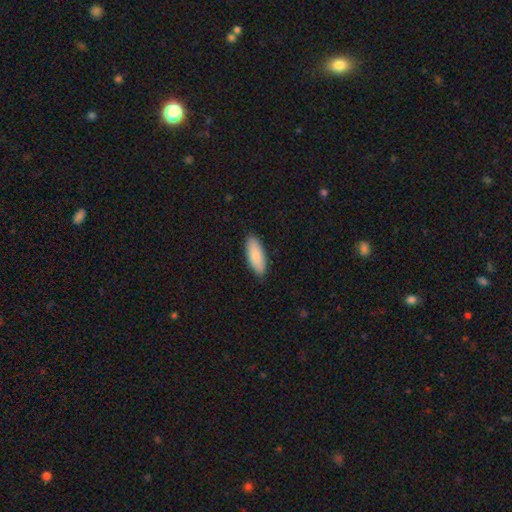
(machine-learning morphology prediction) type=smooth (86%); roundness=in between (75%); merging=none (87%).